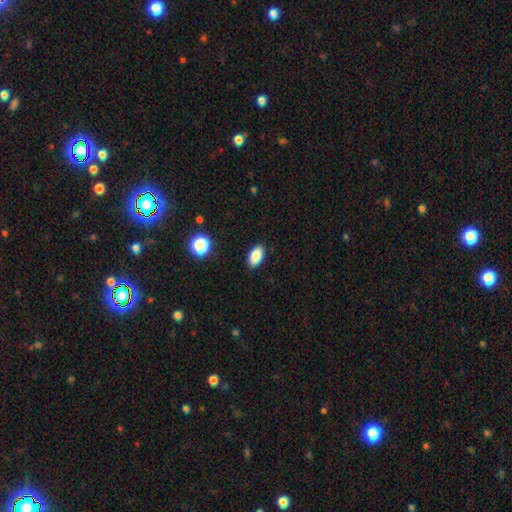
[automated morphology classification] Smooth or featured? smooth (86%)
How rounded? in between (91%)
Merging? none (89%)